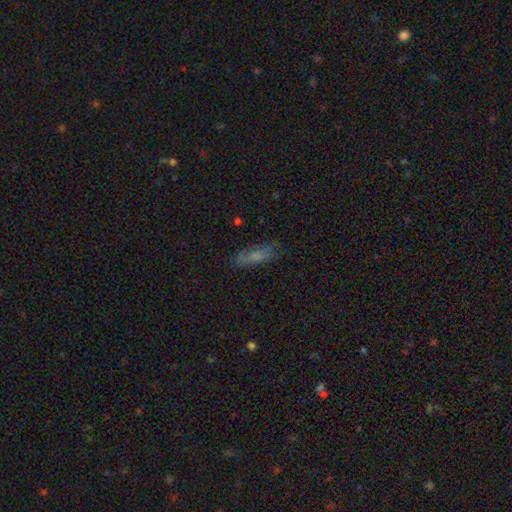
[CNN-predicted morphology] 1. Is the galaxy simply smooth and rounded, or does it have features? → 62% smooth, 27% featured or disk, 11% star or artifact.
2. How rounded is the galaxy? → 53% in between, 44% cigar-shaped, 3% round.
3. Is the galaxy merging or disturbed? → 76% none, 17% minor disturbance, 5% major disturbance, 2% merger.